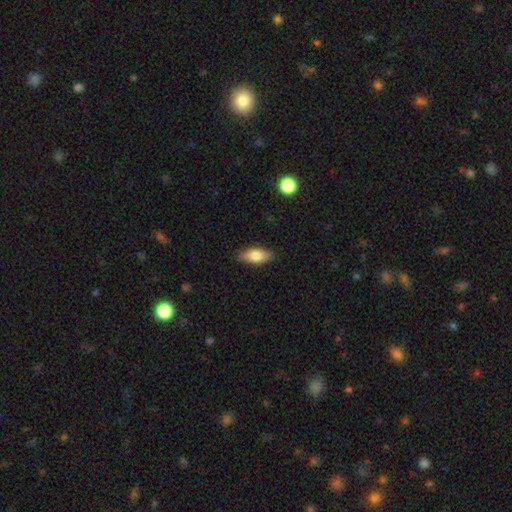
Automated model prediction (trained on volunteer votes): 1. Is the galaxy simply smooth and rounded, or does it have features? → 75% smooth, 18% featured or disk, 7% star or artifact.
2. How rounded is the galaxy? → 77% in between, 20% cigar-shaped, 3% round.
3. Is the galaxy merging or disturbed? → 86% none, 11% minor disturbance, 2% major disturbance, 1% merger.